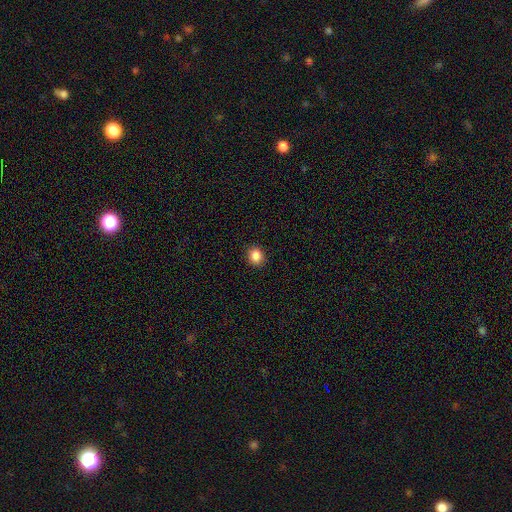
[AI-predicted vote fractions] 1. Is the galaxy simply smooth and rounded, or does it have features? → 87% smooth, 10% star or artifact, 3% featured or disk.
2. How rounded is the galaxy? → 75% round, 24% in between, 1% cigar-shaped.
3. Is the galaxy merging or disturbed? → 91% none, 6% minor disturbance, 2% major disturbance, 1% merger.